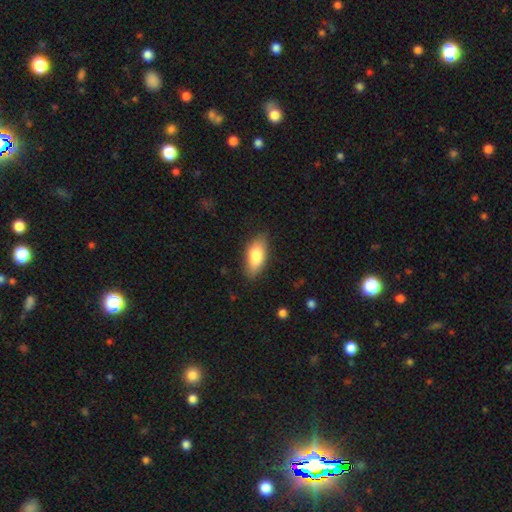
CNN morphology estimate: Overall: smooth (81%). How rounded: in between (85%). Merging: none (81%).